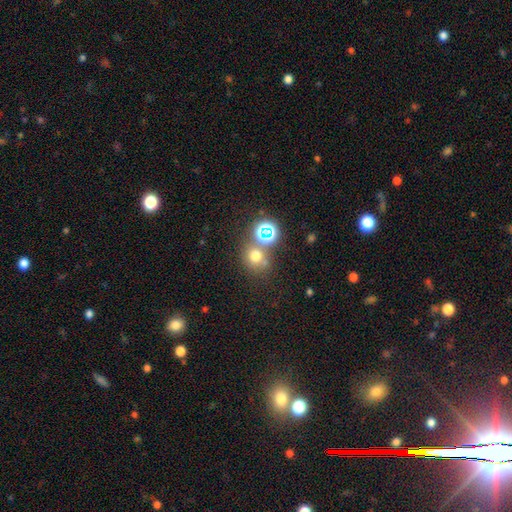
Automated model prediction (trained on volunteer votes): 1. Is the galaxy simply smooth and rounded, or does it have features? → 65% smooth, 25% star or artifact, 9% featured or disk.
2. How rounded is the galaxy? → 79% round, 20% in between, 1% cigar-shaped.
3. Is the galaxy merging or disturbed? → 63% none, 22% merger, 10% minor disturbance, 5% major disturbance.